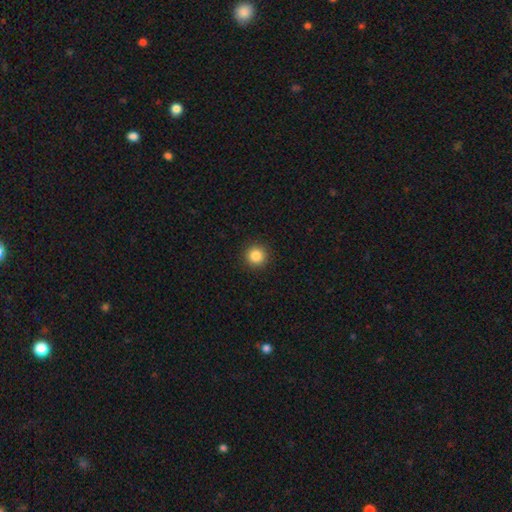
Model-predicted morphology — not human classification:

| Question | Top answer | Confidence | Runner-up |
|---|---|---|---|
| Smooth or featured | smooth | 85% | star or artifact (11%) |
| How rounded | round | 95% | in between (4%) |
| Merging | none | 92% | minor disturbance (5%) |